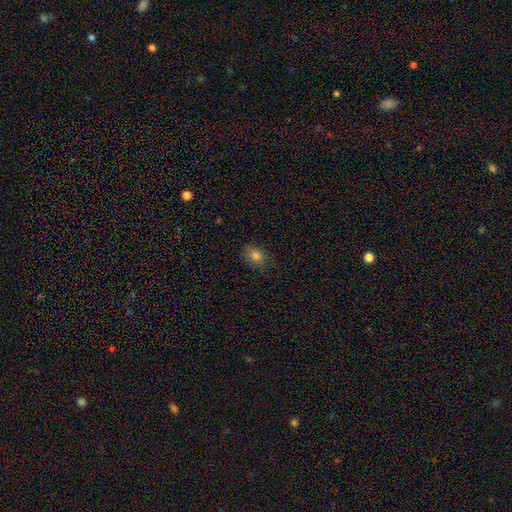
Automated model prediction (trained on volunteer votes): Overall: smooth (80%). How rounded: in between (67%; round 31%). Merging: none (79%).